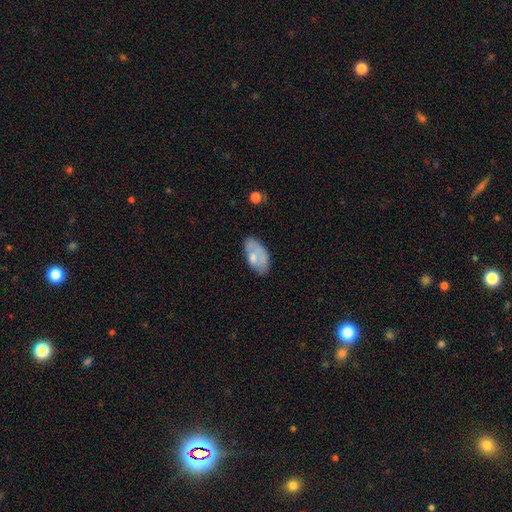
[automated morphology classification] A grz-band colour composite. It shows a smooth galaxy with no disk features (66%) that is in between round and cigar-shaped (94%). Merging: none (54%).